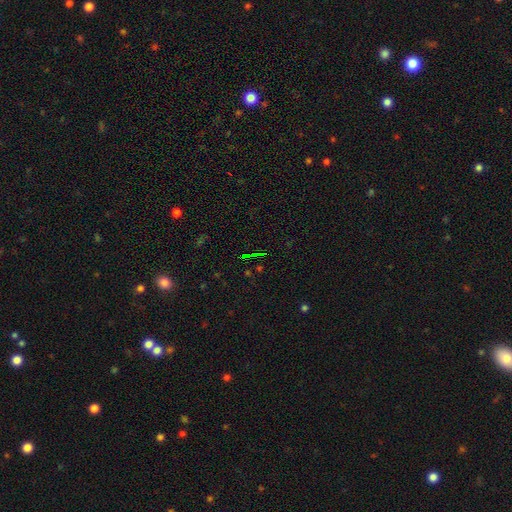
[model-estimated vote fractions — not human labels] The model was most divided on "smooth or featured": star or artifact: 74%, smooth: 14%, featured or disk: 12%.